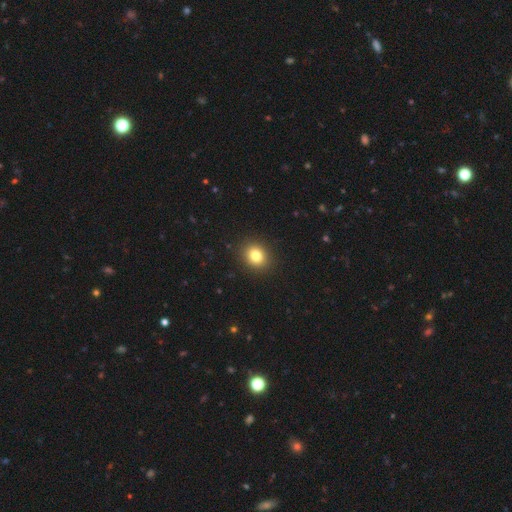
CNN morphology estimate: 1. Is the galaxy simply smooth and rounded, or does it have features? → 81% smooth, 11% star or artifact, 8% featured or disk.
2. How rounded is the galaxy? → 68% round, 31% in between, 1% cigar-shaped.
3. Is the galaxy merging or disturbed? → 91% none, 6% minor disturbance, 2% major disturbance, 1% merger.